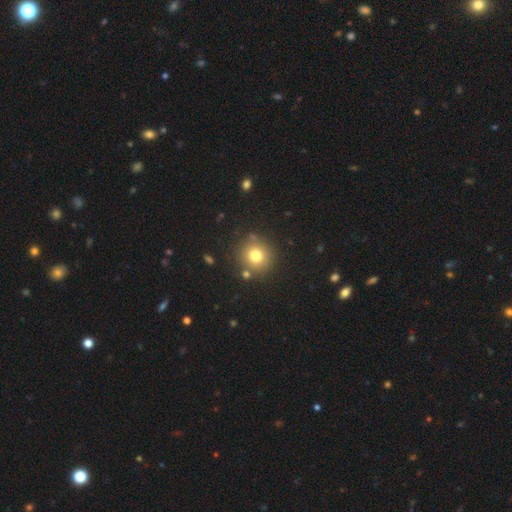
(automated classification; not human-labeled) smooth 76%, star or artifact 13%, featured or disk 10%. Down the decision tree: how rounded — round (92%); merging — none (82%).